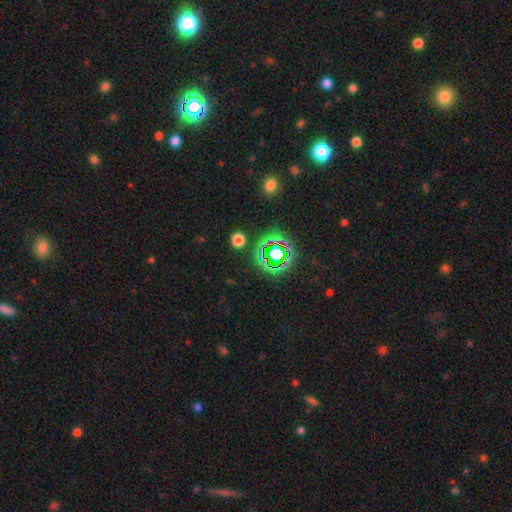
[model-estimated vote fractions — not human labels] A star or artifact, not a galaxy (68%).